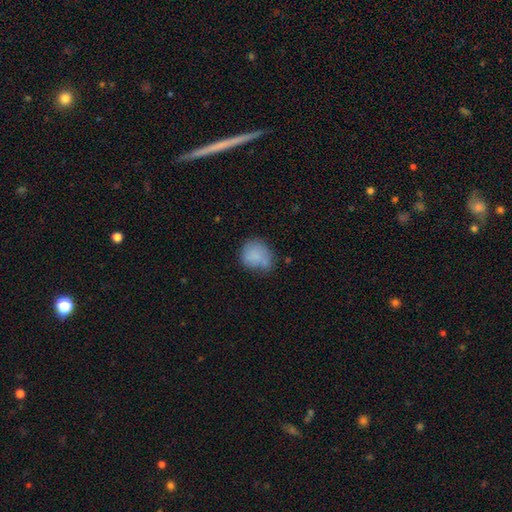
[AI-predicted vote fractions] Smooth or featured? Predicted: smooth (p=0.81). How rounded? Predicted: round (p=0.68). Merging? Predicted: none (p=0.51).